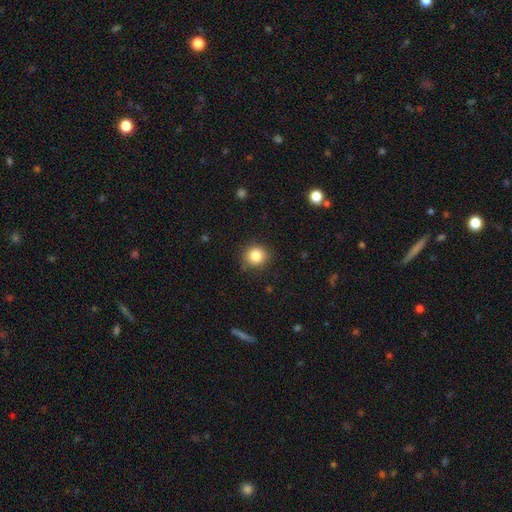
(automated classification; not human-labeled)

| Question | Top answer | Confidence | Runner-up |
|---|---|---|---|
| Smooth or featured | smooth | 84% | star or artifact (11%) |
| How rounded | round | 88% | in between (11%) |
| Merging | none | 88% | minor disturbance (9%) |